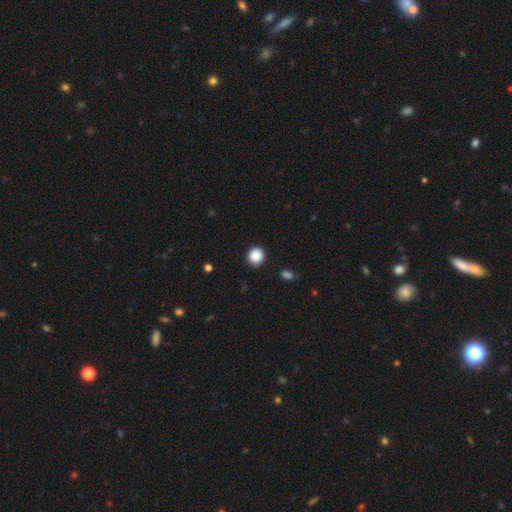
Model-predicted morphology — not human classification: This appears to be a smooth galaxy with no disk features (88%) that is round (91%). Merging: none (90%).